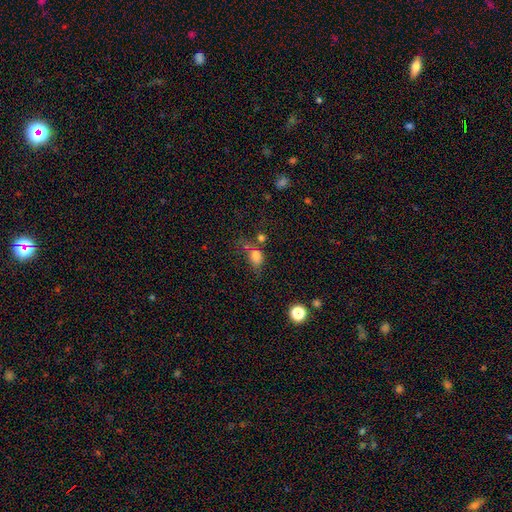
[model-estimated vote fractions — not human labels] smooth_or_featured: smooth (p=0.75) [alt: star or artifact p=0.15]
how_rounded: in between (p=0.51) [alt: round p=0.47]
merging: none (p=0.38) [alt: minor disturbance p=0.23]